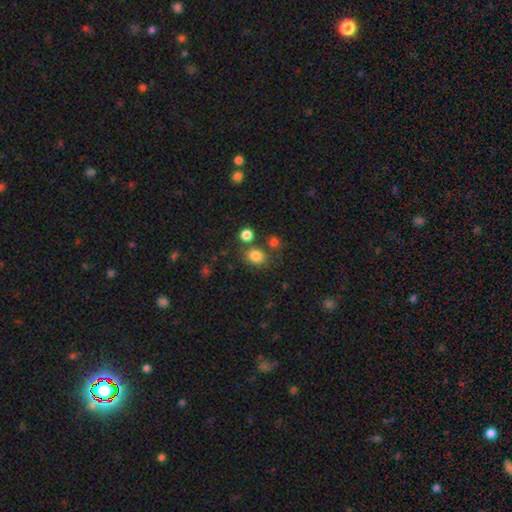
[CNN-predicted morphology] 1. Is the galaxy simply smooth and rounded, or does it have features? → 82% smooth, 13% star or artifact, 6% featured or disk.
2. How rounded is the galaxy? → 59% round, 40% in between, 1% cigar-shaped.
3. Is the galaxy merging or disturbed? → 72% none, 12% merger, 12% minor disturbance, 4% major disturbance.